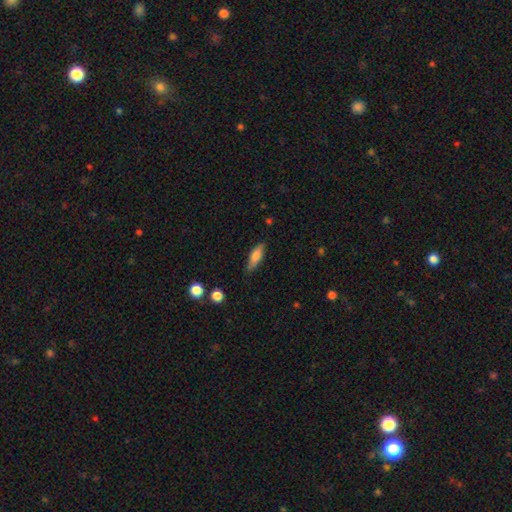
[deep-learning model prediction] This is likely a smooth galaxy (73%). How rounded: possibly cigar-shaped (49%). Merging: likely none (79%).